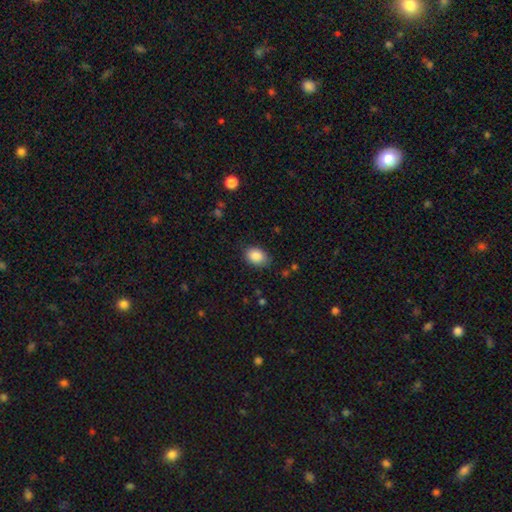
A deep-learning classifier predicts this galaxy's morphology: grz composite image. It shows a smooth galaxy with no disk features (88%) that is in between round and cigar-shaped (74%). Merging: none (80%).